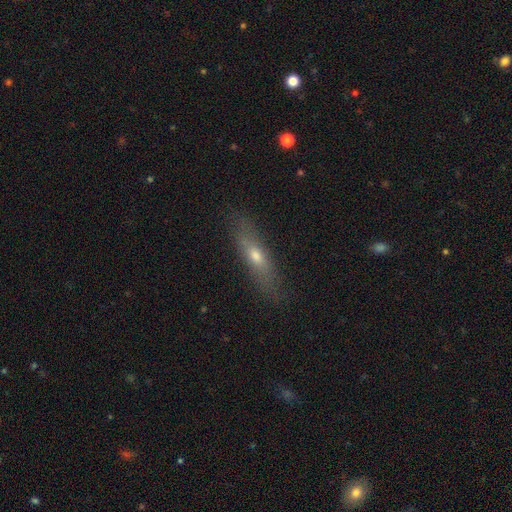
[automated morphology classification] Smooth or featured? Predicted: smooth (p=0.54). How rounded? Predicted: cigar-shaped (p=0.70). Merging? Predicted: none (p=0.81).